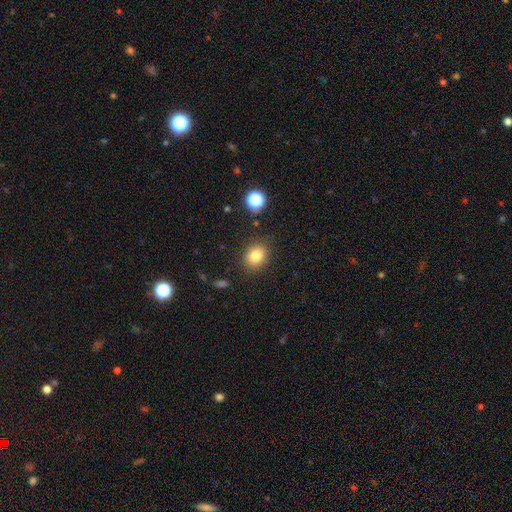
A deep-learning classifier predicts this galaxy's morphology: A smooth galaxy with no disk features (81%) that is round (61%). Merging: none (86%).